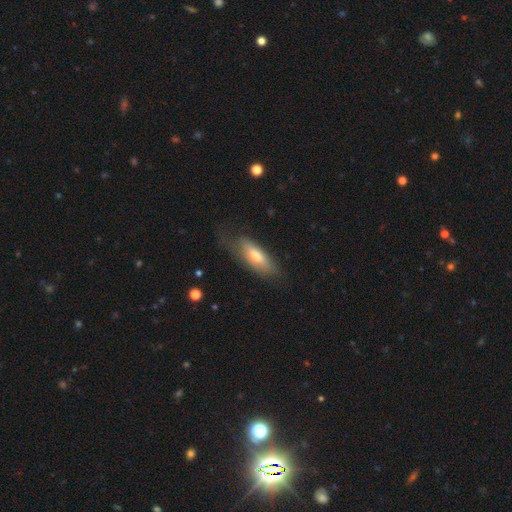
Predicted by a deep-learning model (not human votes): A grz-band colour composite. It shows a smooth galaxy with no disk features (65%) that is in between round and cigar-shaped (67%). Merging: none (59%).